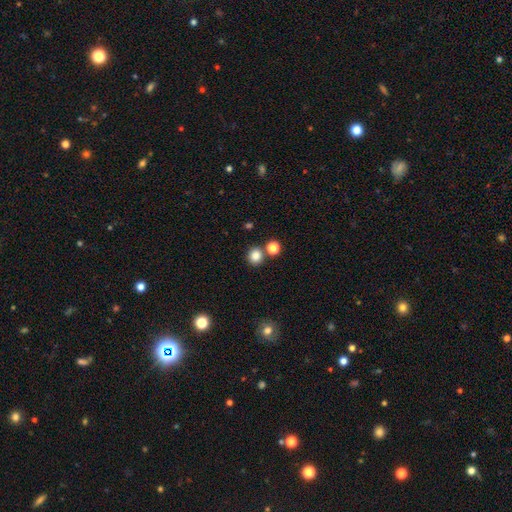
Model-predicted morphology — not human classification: A smooth galaxy with no disk features (83%) that is round (87%).

Vote fractions:
- Smooth or featured? smooth: 83% / star or artifact: 12% / featured or disk: 4%
- How rounded? round: 87% / in between: 12% / cigar-shaped: 1%
- Merging? none: 75% / merger: 14% / minor disturbance: 8% / major disturbance: 3%